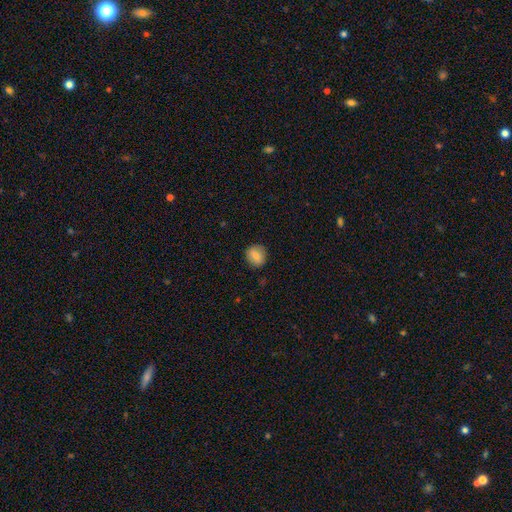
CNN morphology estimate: This is clearly a smooth galaxy (81%). How rounded: clearly round (81%). Merging: clearly none (85%).